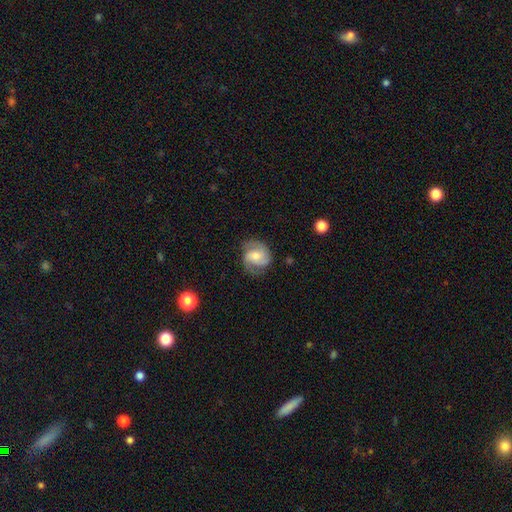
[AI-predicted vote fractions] Overall: featured or disk (69%). Edge-on disk: no (98%). Bar: no (59%; weak 33%). Spiral arms: yes (94%). Spiral arm count: 2 (50%; 3 29%). Spiral winding: medium (49%; tight 32%). Bulge size: moderate (50%; small 40%). Merging: none (68%).